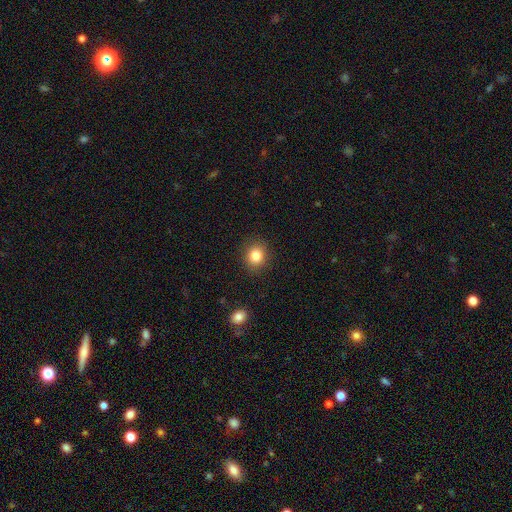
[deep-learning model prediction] A smooth galaxy with no disk features (84%) that is round (79%).

Vote fractions:
- Smooth or featured? smooth: 84% / star or artifact: 10% / featured or disk: 6%
- How rounded? round: 79% / in between: 21% / cigar-shaped: 1%
- Merging? none: 89% / minor disturbance: 8% / major disturbance: 2% / merger: 1%